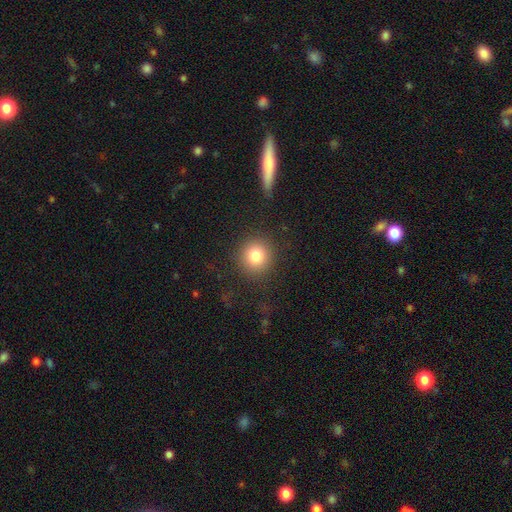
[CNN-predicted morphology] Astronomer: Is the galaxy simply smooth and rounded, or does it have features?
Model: smooth — 81%.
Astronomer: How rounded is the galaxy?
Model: round — 92%.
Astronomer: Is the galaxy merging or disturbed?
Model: none — 88%.